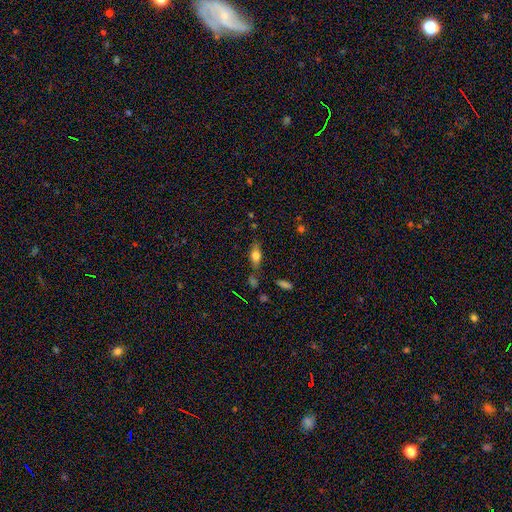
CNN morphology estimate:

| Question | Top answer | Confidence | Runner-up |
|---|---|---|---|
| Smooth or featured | smooth | 68% | featured or disk (22%) |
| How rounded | in between | 74% | cigar-shaped (20%) |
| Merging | none | 68% | minor disturbance (18%) |